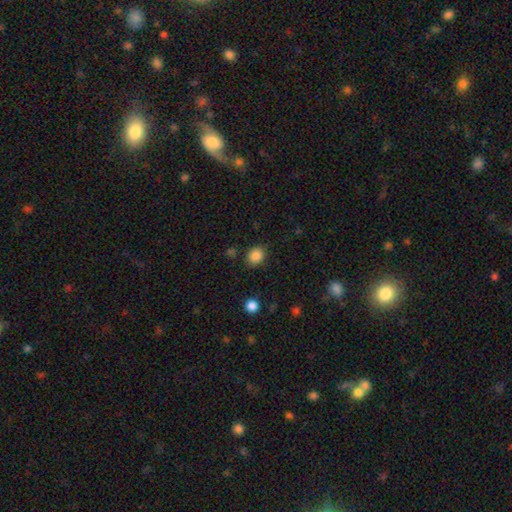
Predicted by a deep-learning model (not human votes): smooth_or_featured: smooth (p=0.86) [alt: star or artifact p=0.10]
how_rounded: round (p=0.59) [alt: in between p=0.40]
merging: none (p=0.83) [alt: minor disturbance p=0.12]